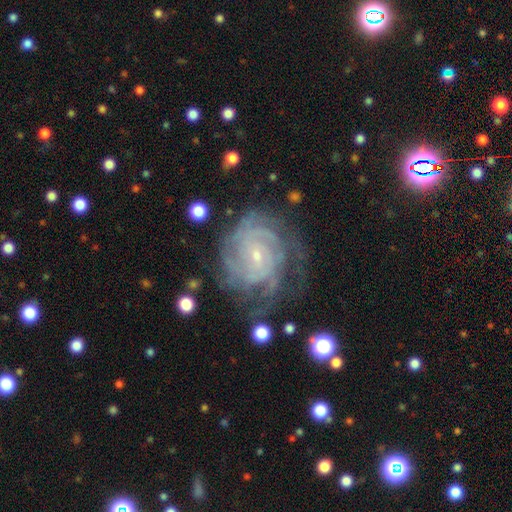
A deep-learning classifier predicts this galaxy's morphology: smooth-or-featured: featured or disk: 87% | star or artifact: 7% | smooth: 6%
  disk-edge-on: no: 97% | yes: 3%
    bar: no: 65% | weak: 27% | strong: 8%
    has-spiral-arms: yes: 97% | no: 3%
      spiral-winding: tight: 75% | medium: 21% | loose: 4%
      spiral-arm-count: can't tell: 28% | 4: 24% | 3: 17% | 2: 13% | more than 4: 11% | 1: 7%
    bulge-size: small: 83% | moderate: 13% | none: 2% | large: 1% | dominant: 1%
  merging: none: 67% | minor disturbance: 20% | major disturbance: 11% | merger: 2%